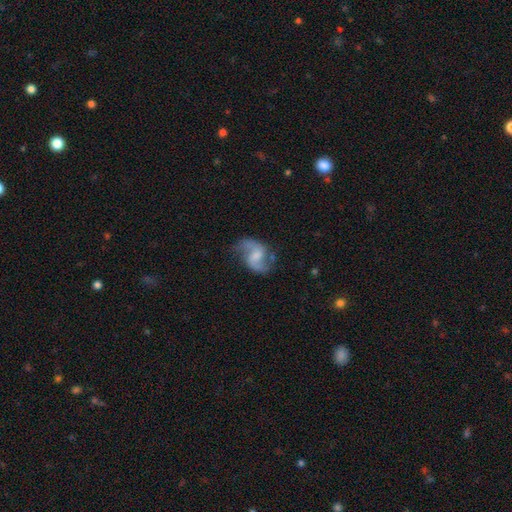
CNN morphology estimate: type=featured or disk (82%); edge-on=no (98%); bar=weak (49%); spiral arms=yes (95%); winding=loose (55%); arm count=2 (92%); bulge=moderate (33%); merging=none (66%).